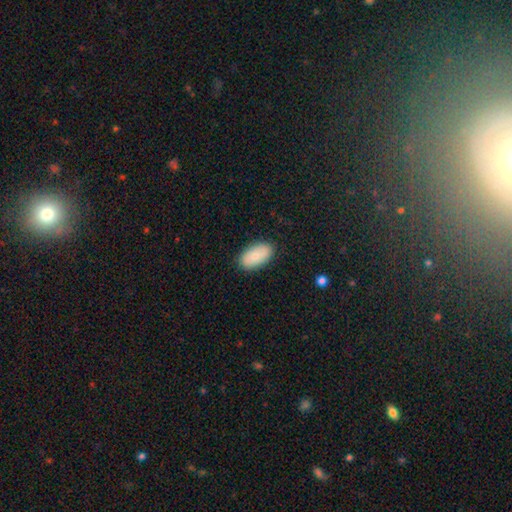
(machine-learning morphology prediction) type=smooth (82%); roundness=in between (95%); merging=none (88%).